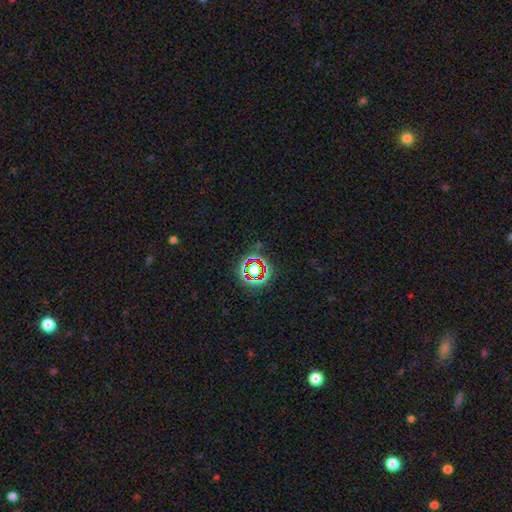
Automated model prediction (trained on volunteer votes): Smooth or featured? Predicted: star or artifact (p=0.71).